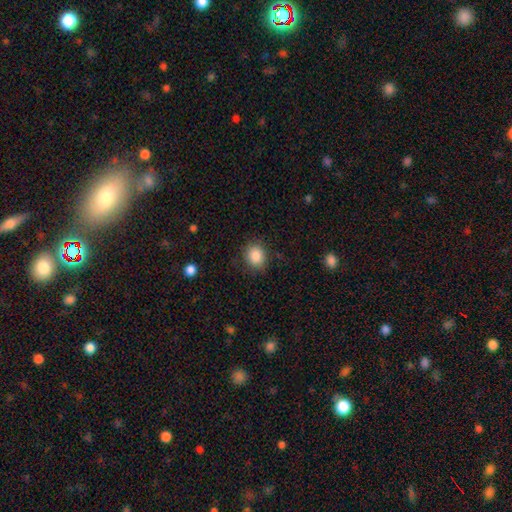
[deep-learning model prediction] The model was most divided on "how rounded": round: 68%, in between: 31%, cigar-shaped: 1%. More confident: smooth or featured — smooth (87%); merging — none (84%).